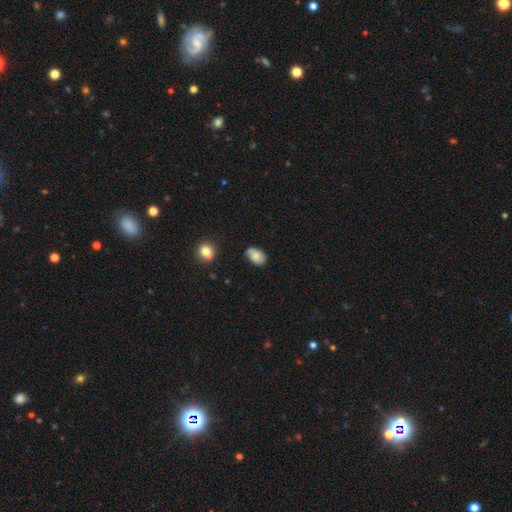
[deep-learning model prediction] Smooth or featured? Predicted: smooth (p=0.73). How rounded? Predicted: in between (p=0.88). Merging? Predicted: none (p=0.61).